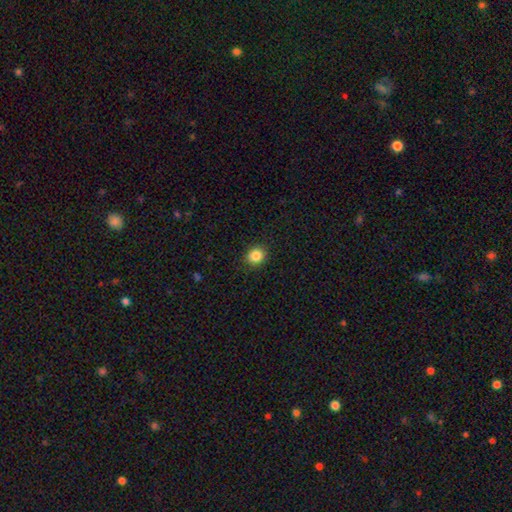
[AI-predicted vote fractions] A smooth galaxy with no disk features (86%) that is round (81%).

Vote fractions:
- Smooth or featured? smooth: 86% / star or artifact: 10% / featured or disk: 4%
- How rounded? round: 81% / in between: 18% / cigar-shaped: 1%
- Merging? none: 90% / minor disturbance: 7% / major disturbance: 2% / merger: 1%